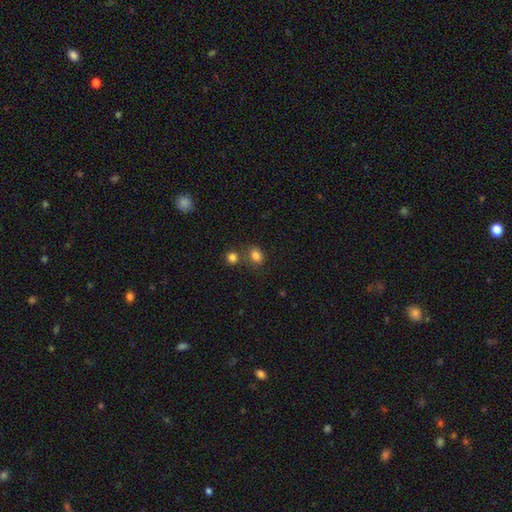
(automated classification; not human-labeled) Smooth or featured? smooth (82%)
How rounded? in between (59%)
Merging? none (61%)